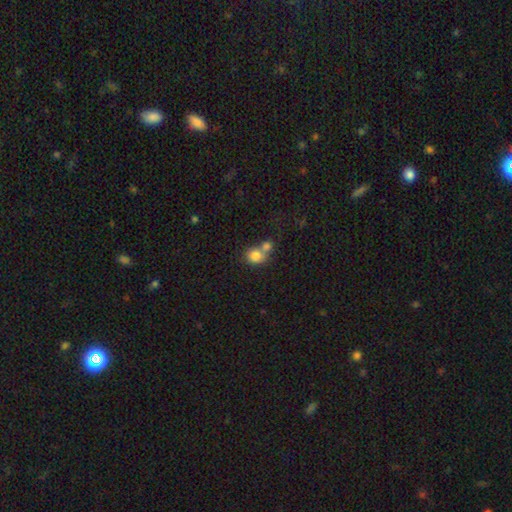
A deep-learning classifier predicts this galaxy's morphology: The model was most divided on "merging": merger: 55%, none: 35%, minor disturbance: 7%, major disturbance: 3%. More confident: smooth or featured — smooth (80%); how rounded — round (77%).